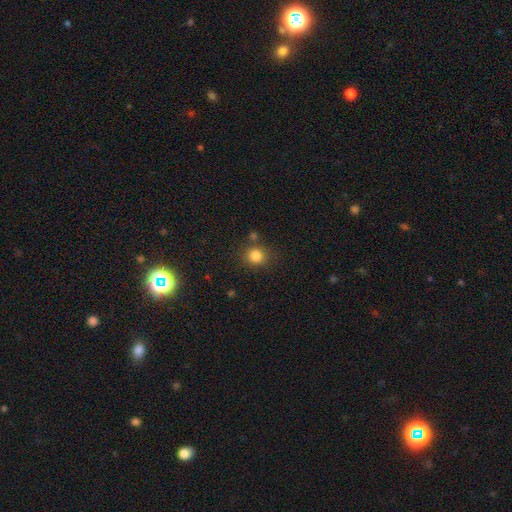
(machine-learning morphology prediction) Smooth or featured? Predicted: smooth (p=0.83). How rounded? Predicted: round (p=0.81). Merging? Predicted: none (p=0.77).